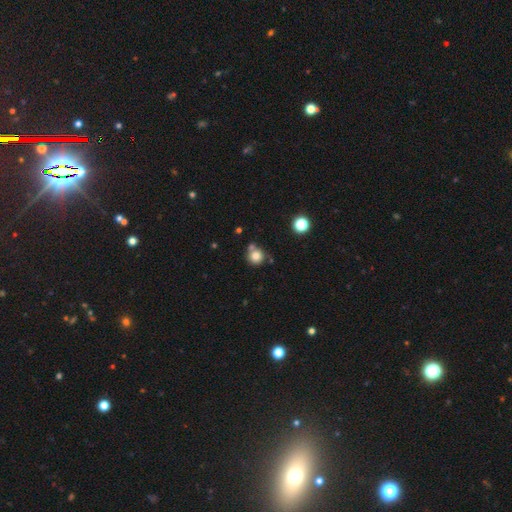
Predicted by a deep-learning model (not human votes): A smooth galaxy with no disk features (80%) that is round (90%).

Vote fractions:
- Smooth or featured? smooth: 80% / star or artifact: 12% / featured or disk: 8%
- How rounded? round: 90% / in between: 9% / cigar-shaped: 1%
- Merging? none: 60% / merger: 21% / minor disturbance: 14% / major disturbance: 5%